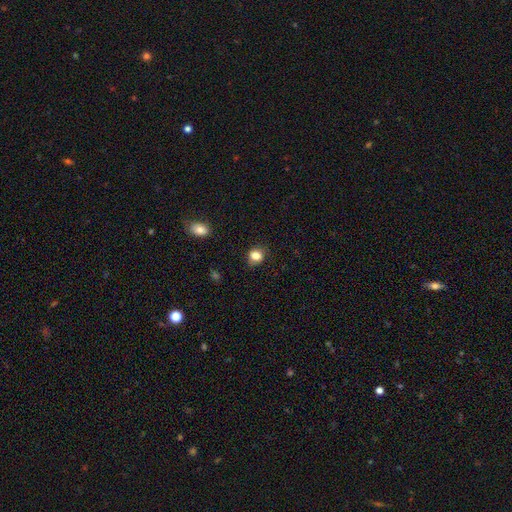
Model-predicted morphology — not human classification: Overall: smooth (83%). How rounded: round (66%; in between 33%). Merging: none (78%).